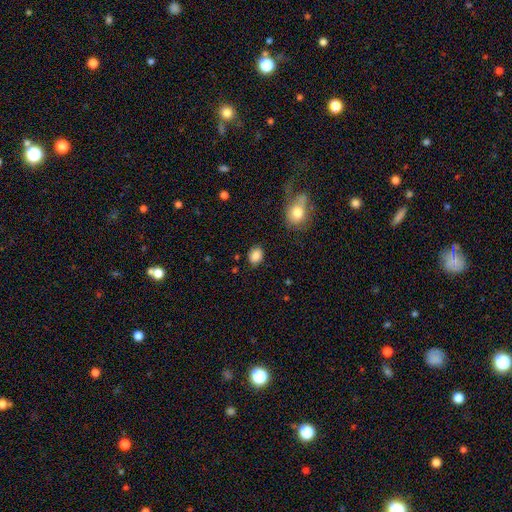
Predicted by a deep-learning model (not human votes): This appears to be a smooth galaxy with no disk features (85%) that is in between round and cigar-shaped (61%). Merging: none (81%).